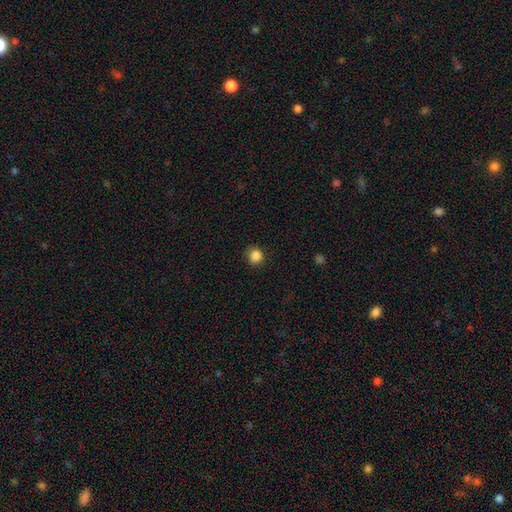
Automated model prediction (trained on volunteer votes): Smooth or featured: smooth — 87% (star or artifact — 11%)
How rounded: round — 90% (in between — 9%)
Merging: none — 87% (minor disturbance — 9%)